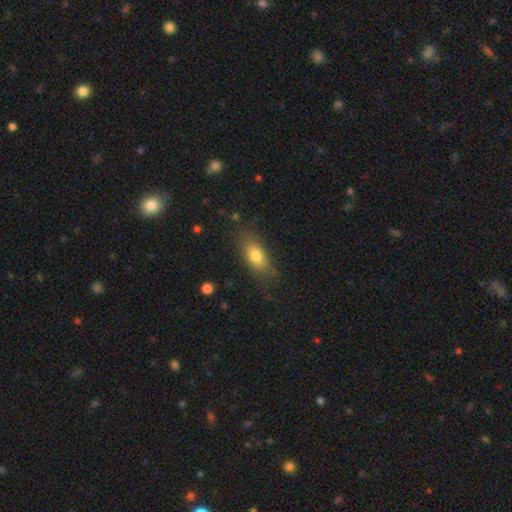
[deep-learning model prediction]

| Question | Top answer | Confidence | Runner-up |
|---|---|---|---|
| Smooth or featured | smooth | 76% | featured or disk (15%) |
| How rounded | in between | 80% | cigar-shaped (14%) |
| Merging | none | 76% | minor disturbance (17%) |